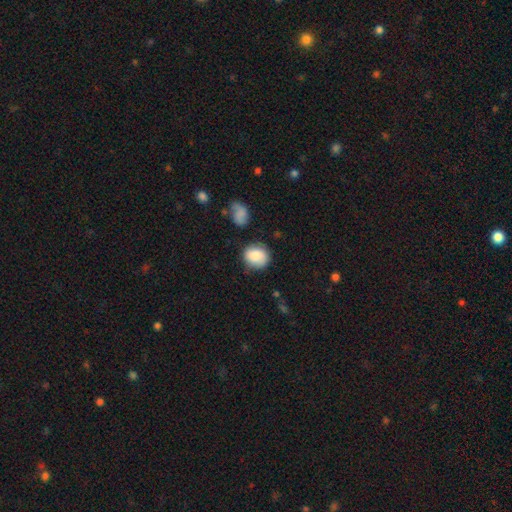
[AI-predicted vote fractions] smooth 83%, featured or disk 9%, star or artifact 8%. Down the decision tree: how rounded — round (74%); merging — none (75%).